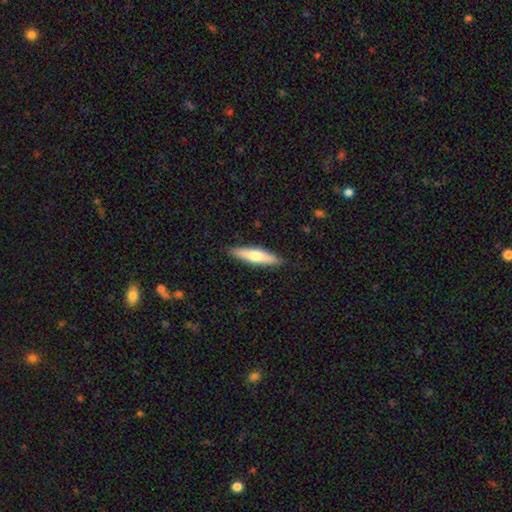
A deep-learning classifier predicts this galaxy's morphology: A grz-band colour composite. It shows a smooth galaxy with no disk features (57%) that is cigar-shaped (77%). Merging: none (89%).